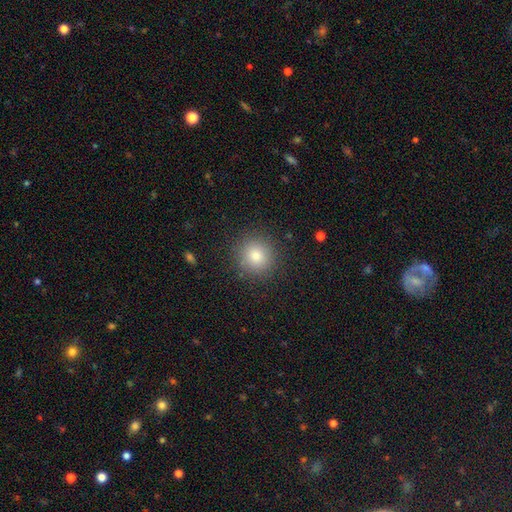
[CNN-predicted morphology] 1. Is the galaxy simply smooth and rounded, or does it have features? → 80% smooth, 13% star or artifact, 7% featured or disk.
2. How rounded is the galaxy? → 91% round, 8% in between, 1% cigar-shaped.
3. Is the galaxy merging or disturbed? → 90% none, 7% minor disturbance, 2% major disturbance, 1% merger.